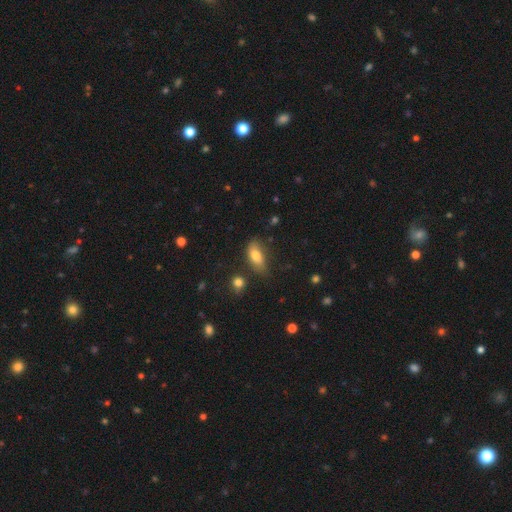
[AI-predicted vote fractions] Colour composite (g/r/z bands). It shows a smooth galaxy with no disk features (77%) that is in between round and cigar-shaped (85%). Merging: none (60%).